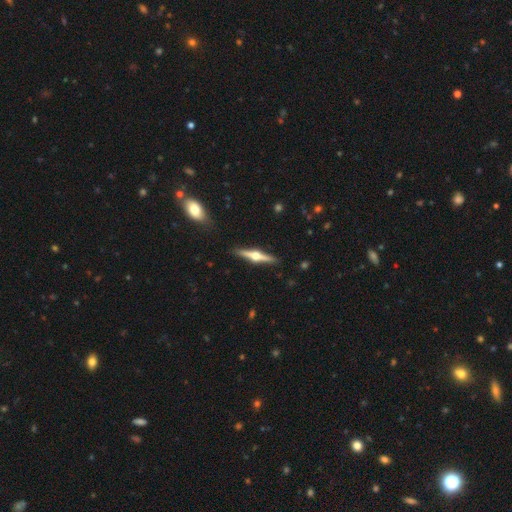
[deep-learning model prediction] Smooth or featured? featured or disk (79%)
Edge-on disk? yes (98%)
Edge-on bulge? rounded (96%)
Merging? none (91%)